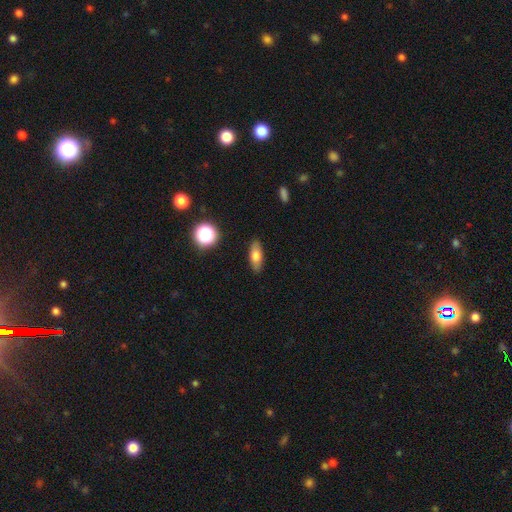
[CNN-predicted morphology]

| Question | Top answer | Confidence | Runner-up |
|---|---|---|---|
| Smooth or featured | smooth | 74% | featured or disk (17%) |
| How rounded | in between | 71% | cigar-shaped (23%) |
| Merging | none | 87% | minor disturbance (9%) |